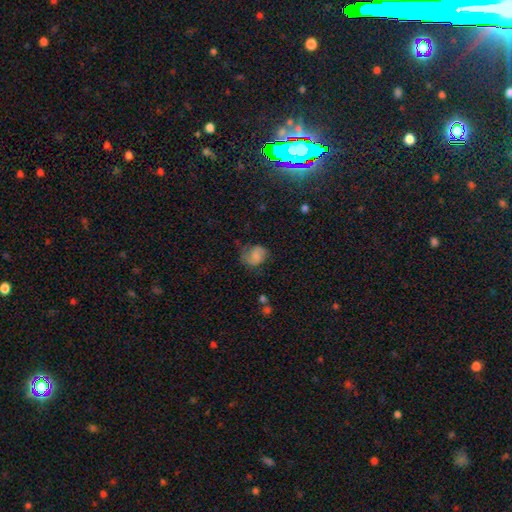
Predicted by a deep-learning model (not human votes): A smooth galaxy with no disk features (56%) that is round (50%). Merging: none (48%).